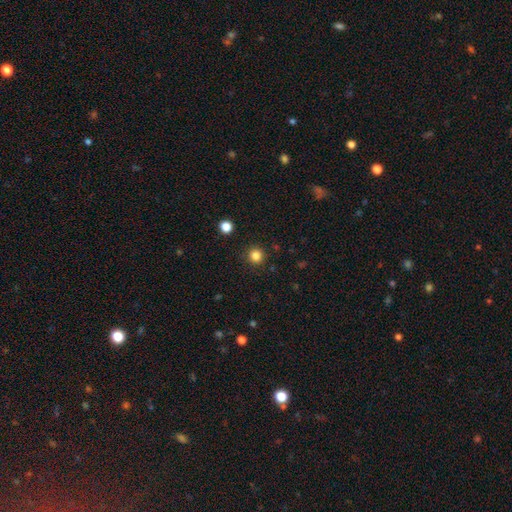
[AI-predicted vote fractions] Smooth or featured? smooth (83%)
How rounded? round (94%)
Merging? none (91%)